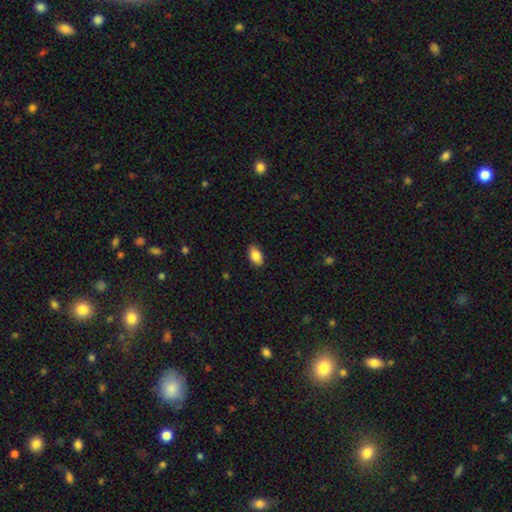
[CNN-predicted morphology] This is clearly a smooth galaxy (86%). How rounded: clearly in between (91%). Merging: clearly none (87%).